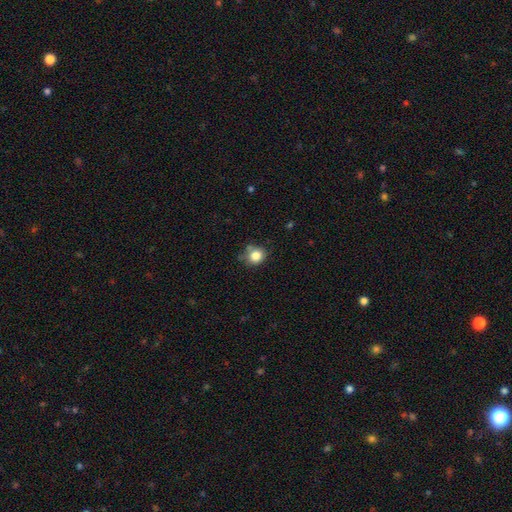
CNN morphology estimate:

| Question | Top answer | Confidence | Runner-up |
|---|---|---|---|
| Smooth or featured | smooth | 83% | star or artifact (11%) |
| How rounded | round | 78% | in between (21%) |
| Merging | none | 69% | minor disturbance (19%) |